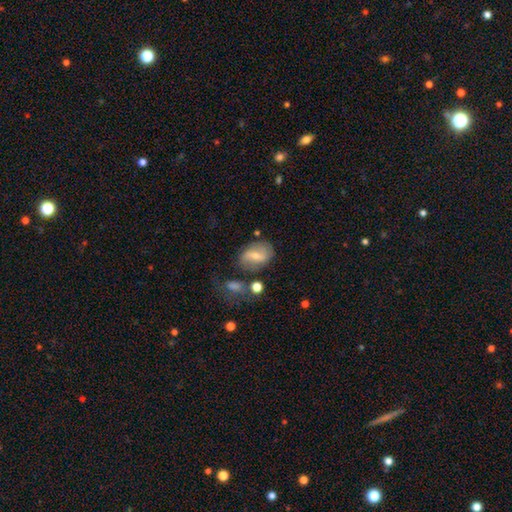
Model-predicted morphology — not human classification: smooth_or_featured: featured or disk (p=0.48) [alt: smooth p=0.44]
merging: none (p=0.64) [alt: minor disturbance p=0.20]